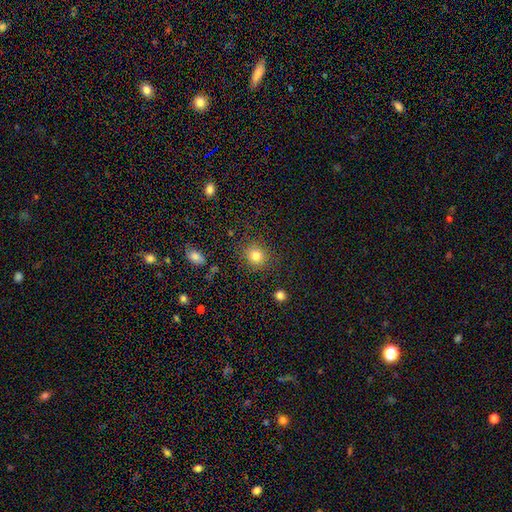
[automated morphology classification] smooth-or-featured: smooth: 82% | star or artifact: 12% | featured or disk: 6%
  how-rounded: round: 83% | in between: 16% | cigar-shaped: 1%
  merging: none: 85% | minor disturbance: 9% | major disturbance: 4% | merger: 2%